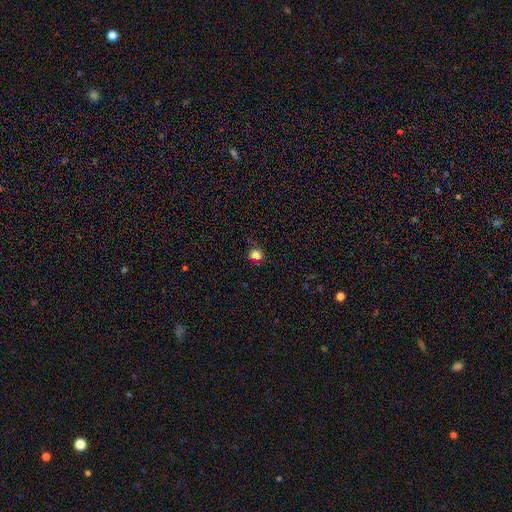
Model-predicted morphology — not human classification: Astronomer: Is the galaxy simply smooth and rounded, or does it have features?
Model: smooth — 81%.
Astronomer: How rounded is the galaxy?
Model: round — 91%.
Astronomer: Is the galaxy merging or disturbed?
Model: none — 90%.